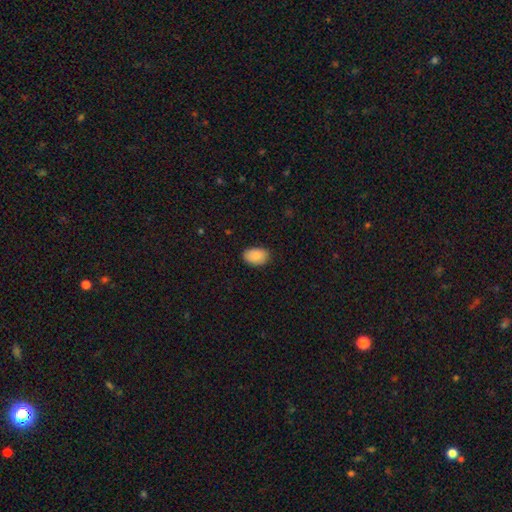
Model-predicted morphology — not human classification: Overall: smooth (89%). How rounded: in between (88%). Merging: none (85%).